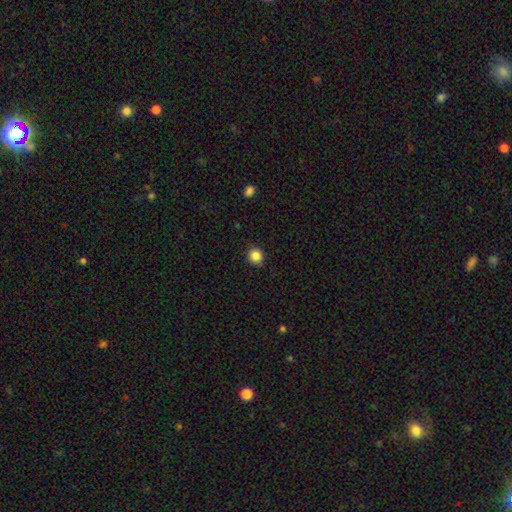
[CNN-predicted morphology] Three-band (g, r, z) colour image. It shows a smooth galaxy with no disk features (86%) that is round (87%). Merging: none (91%).